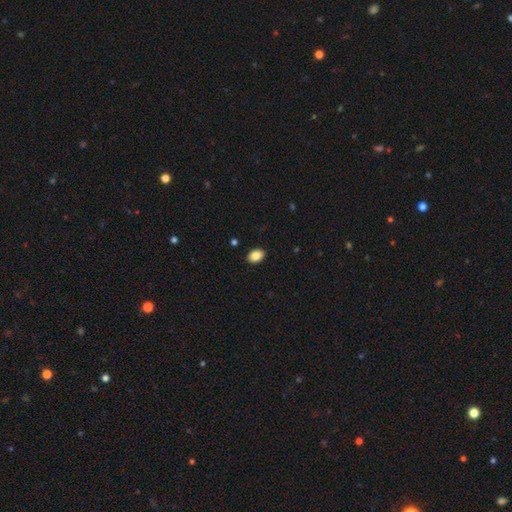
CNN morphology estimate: smooth_or_featured: smooth (p=0.86) [alt: star or artifact p=0.08]
how_rounded: in between (p=0.80) [alt: round p=0.19]
merging: none (p=0.90) [alt: minor disturbance p=0.07]